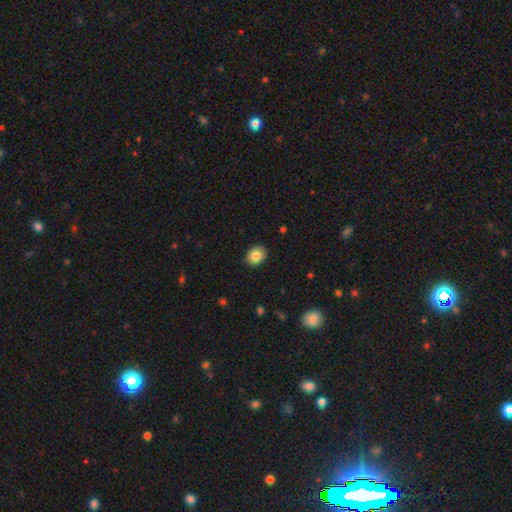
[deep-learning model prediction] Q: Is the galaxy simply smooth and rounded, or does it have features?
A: smooth — 83%.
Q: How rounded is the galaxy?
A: in between — 50%, tied with round.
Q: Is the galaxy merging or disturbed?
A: none — 89%.